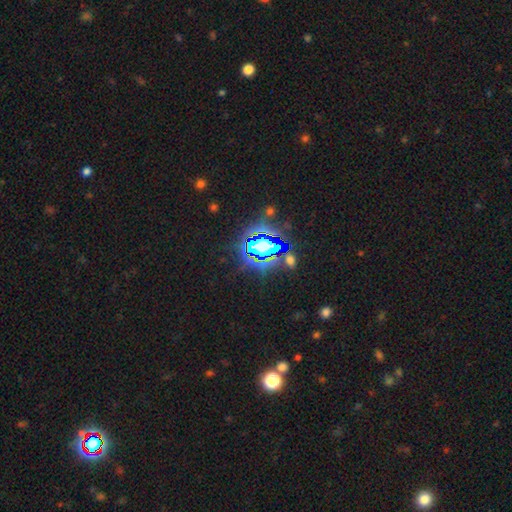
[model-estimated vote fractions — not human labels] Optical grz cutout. It shows a star or artifact, not a galaxy (71%).